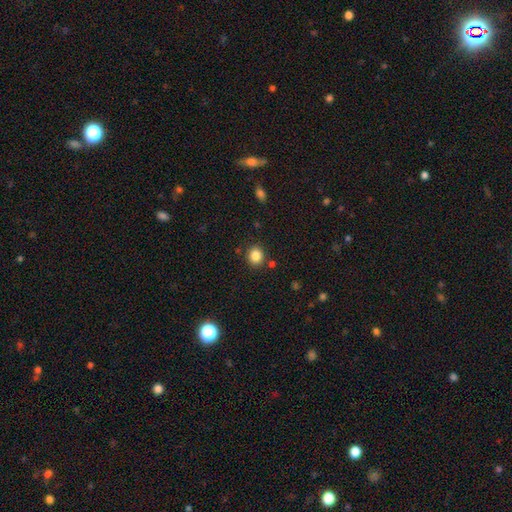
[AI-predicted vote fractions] Q: Smooth or featured?
A: smooth (84%); runner-up: star or artifact (11%)
Q: How rounded?
A: round (79%); runner-up: in between (20%)
Q: Merging?
A: none (85%); runner-up: minor disturbance (8%)